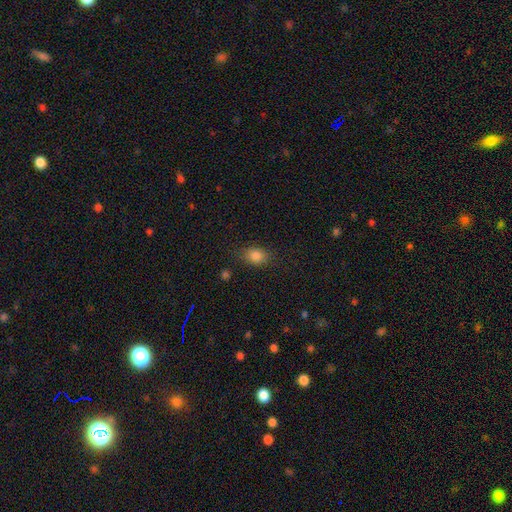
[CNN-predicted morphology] A smooth galaxy with no disk features (84%) that is in between round and cigar-shaped (64%). Merging: none (78%).